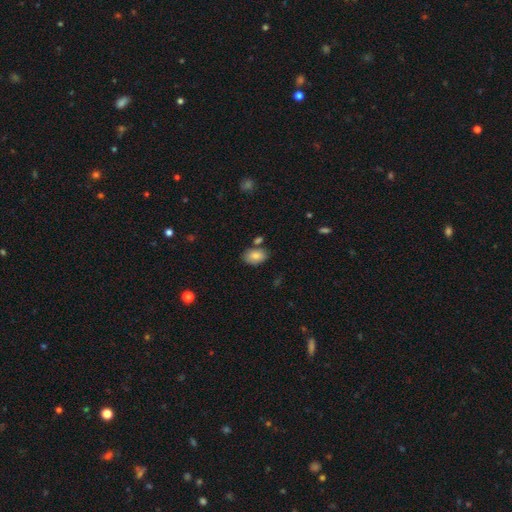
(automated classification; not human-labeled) Smooth or featured? smooth (84%)
How rounded? in between (88%)
Merging? none (71%)